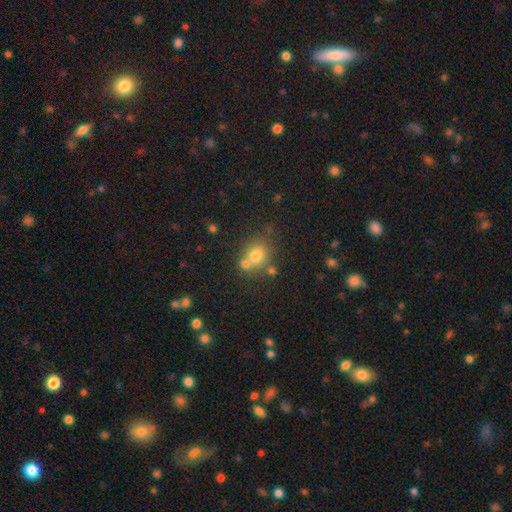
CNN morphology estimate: Smooth or featured? smooth (72%)
How rounded? round (71%)
Merging? none (55%)